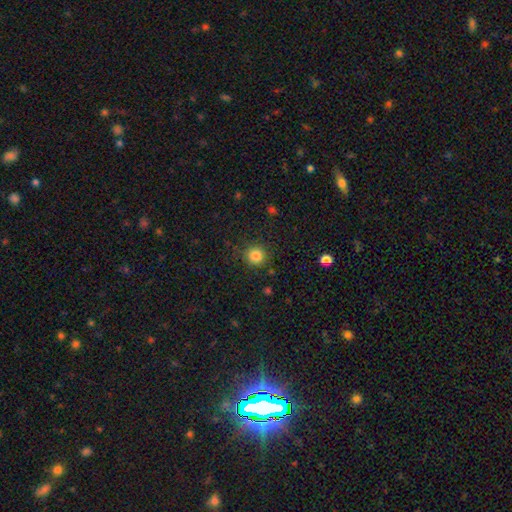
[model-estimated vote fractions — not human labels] smooth 83%, star or artifact 12%, featured or disk 5%. Down the decision tree: how rounded — round (93%); merging — none (88%).